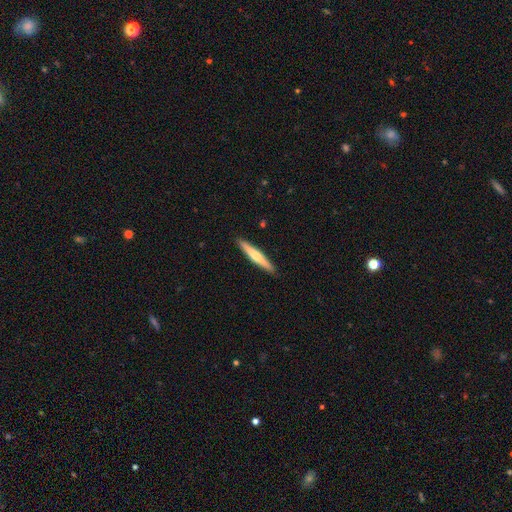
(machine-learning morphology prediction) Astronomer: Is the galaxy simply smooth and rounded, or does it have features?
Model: smooth — 48% (runner-up: featured or disk, 47%).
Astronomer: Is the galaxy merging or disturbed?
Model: none — 92%.